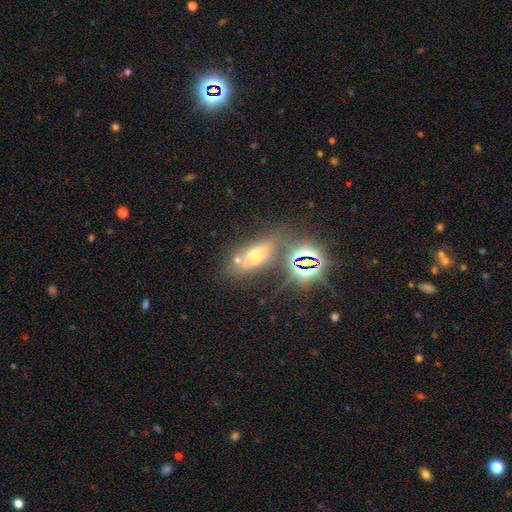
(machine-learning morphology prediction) Smooth or featured: smooth — 44% (star or artifact — 33%)
Merging: none — 61% (merger — 16%)